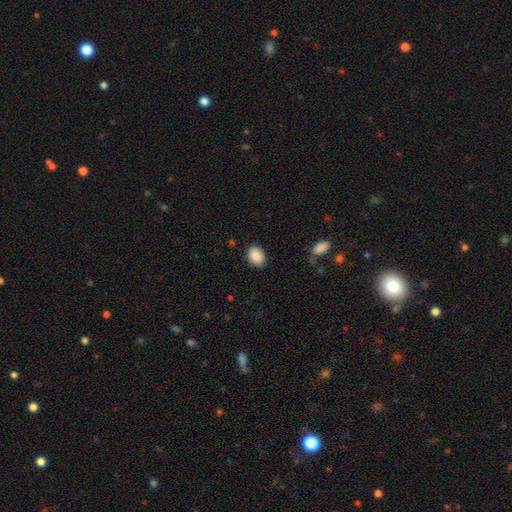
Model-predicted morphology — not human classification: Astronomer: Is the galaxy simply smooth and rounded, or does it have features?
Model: smooth — 88%.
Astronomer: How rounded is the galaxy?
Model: in between — 73%.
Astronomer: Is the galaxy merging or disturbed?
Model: none — 85%.